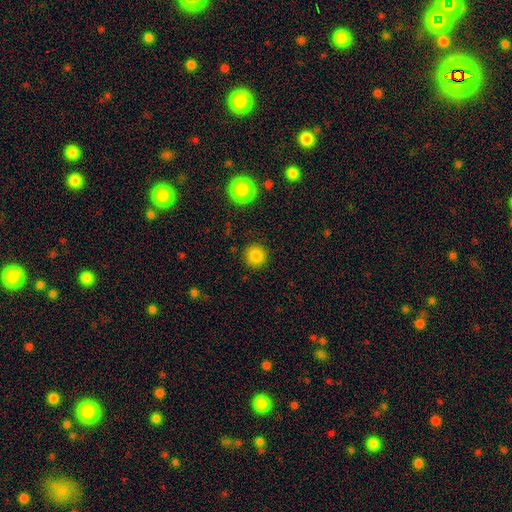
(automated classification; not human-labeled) The model was most divided on "smooth or featured": smooth: 84%, star or artifact: 11%, featured or disk: 5%. More confident: how rounded — round (94%); merging — none (91%).